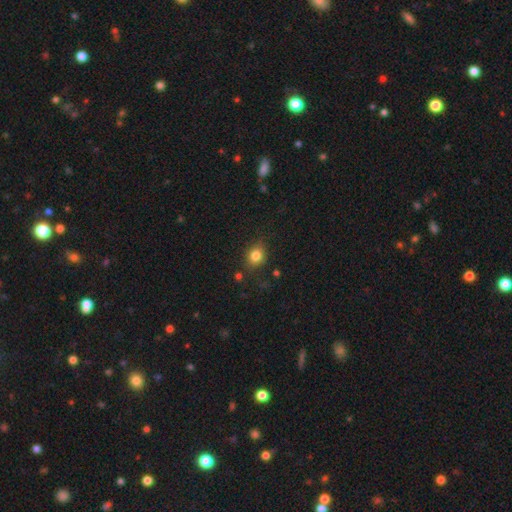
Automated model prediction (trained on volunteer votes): Overall: smooth (81%). How rounded: round (60%; in between 39%). Merging: none (79%).